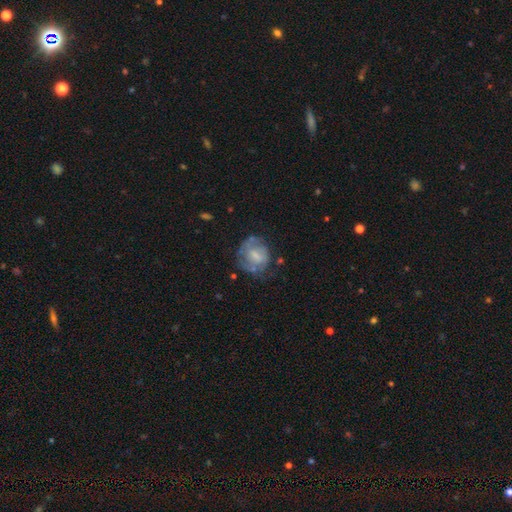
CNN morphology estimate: type=featured or disk (48%); merging=none (52%).